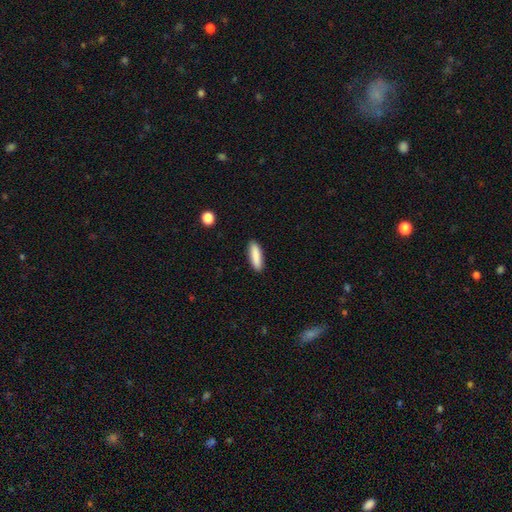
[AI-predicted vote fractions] Morphology: type=smooth (87%); roundness=cigar-shaped (63%); merging=none (90%).